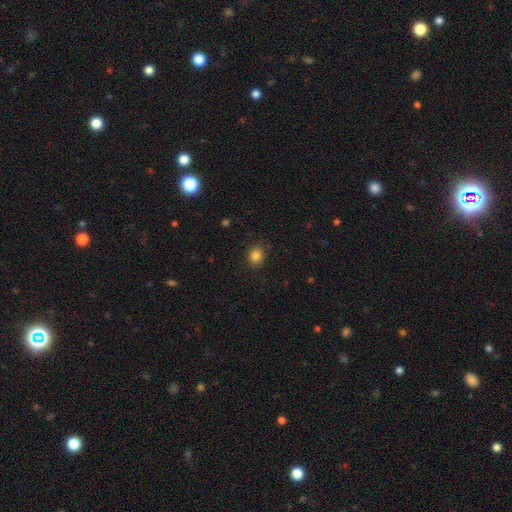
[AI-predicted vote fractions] smooth 83%, star or artifact 12%, featured or disk 5%. Down the decision tree: how rounded — round (78%); merging — none (87%).